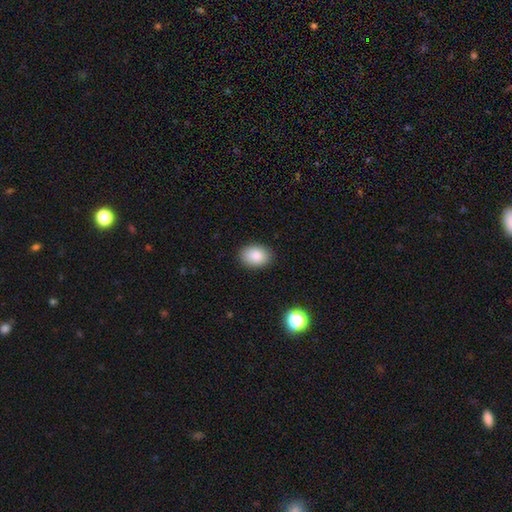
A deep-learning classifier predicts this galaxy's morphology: The model was most divided on "how rounded": in between: 78%, round: 21%, cigar-shaped: 1%. More confident: merging — none (88%); smooth or featured — smooth (87%).